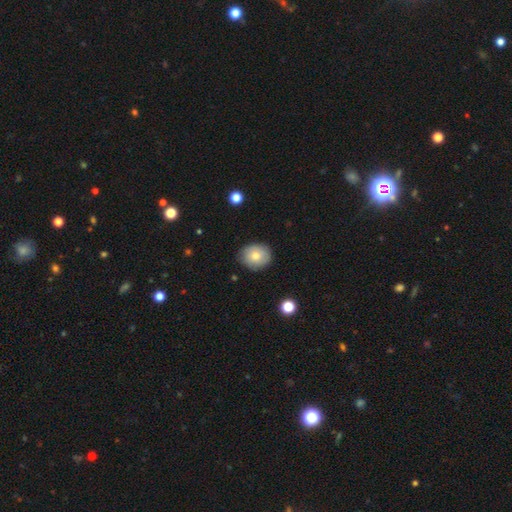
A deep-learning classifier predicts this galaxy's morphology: This is likely a smooth galaxy (76%). How rounded: likely round (65%). Merging: clearly none (81%).